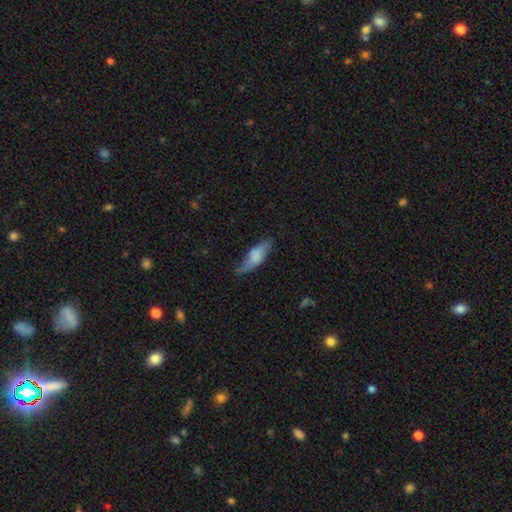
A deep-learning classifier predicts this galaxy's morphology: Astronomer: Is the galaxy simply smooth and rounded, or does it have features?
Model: smooth — 66%.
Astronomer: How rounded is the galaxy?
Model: in between — 64%.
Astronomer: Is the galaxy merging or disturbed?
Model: none — 53% (runner-up: minor disturbance, 33%).